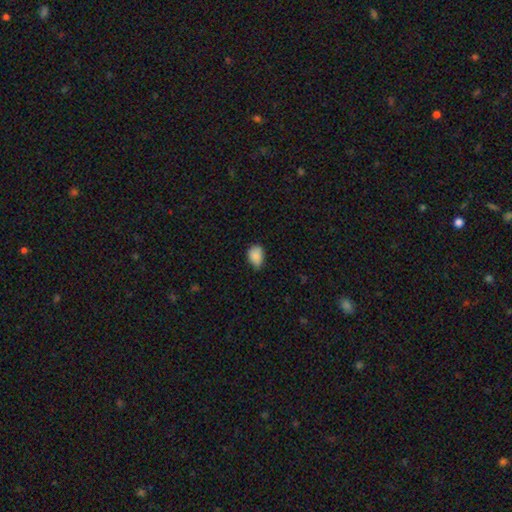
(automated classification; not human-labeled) smooth 86%, star or artifact 8%, featured or disk 6%. Down the decision tree: how rounded — in between (76%); merging — none (56%).